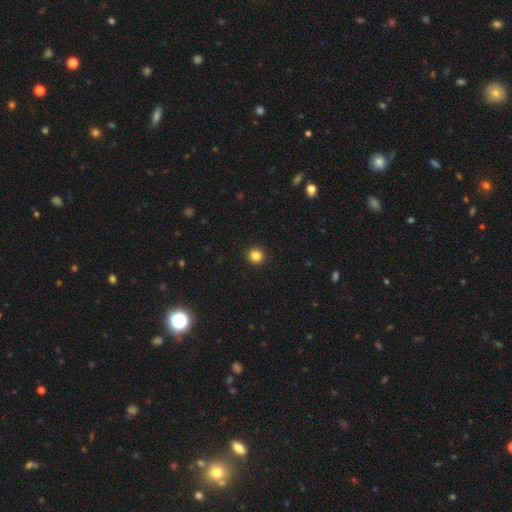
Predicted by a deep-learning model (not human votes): A smooth galaxy with no disk features (85%) that is round (93%).

Vote fractions:
- Smooth or featured? smooth: 85% / star or artifact: 12% / featured or disk: 4%
- How rounded? round: 93% / in between: 6% / cigar-shaped: 1%
- Merging? none: 93% / minor disturbance: 4% / major disturbance: 2% / merger: 1%